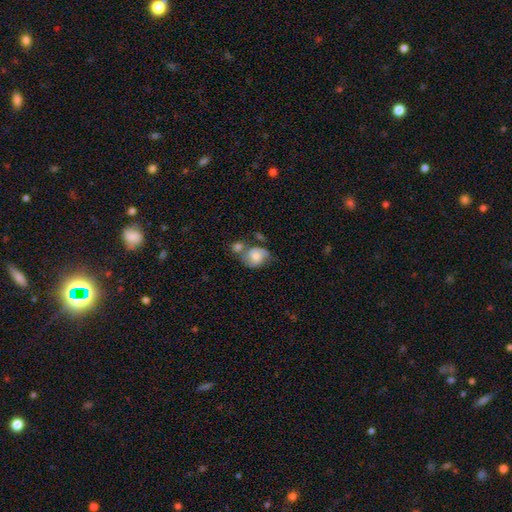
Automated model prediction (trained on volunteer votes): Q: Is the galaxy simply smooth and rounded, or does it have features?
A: smooth — 51%.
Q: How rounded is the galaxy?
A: round — 51%.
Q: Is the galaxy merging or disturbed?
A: merger — 36%.